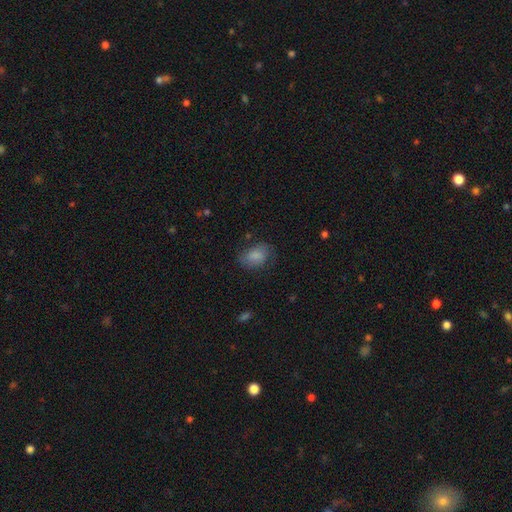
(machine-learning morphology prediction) A smooth galaxy with no disk features (79%) that is in between round and cigar-shaped (79%).

Vote fractions:
- Smooth or featured? smooth: 79% / featured or disk: 13% / star or artifact: 8%
- How rounded? in between: 79% / round: 20% / cigar-shaped: 1%
- Merging? none: 65% / minor disturbance: 23% / major disturbance: 10% / merger: 2%